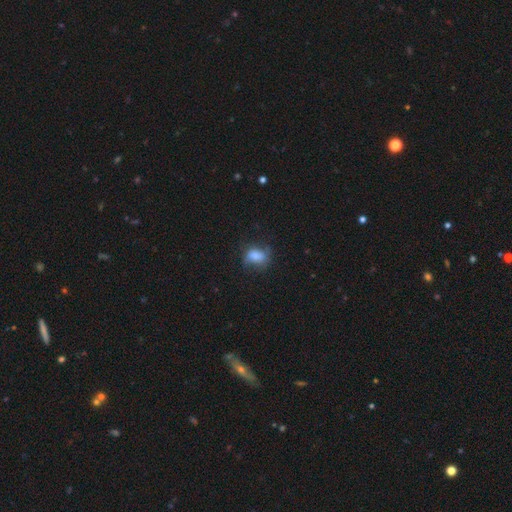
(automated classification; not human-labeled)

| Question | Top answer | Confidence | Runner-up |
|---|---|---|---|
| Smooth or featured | smooth | 71% | featured or disk (19%) |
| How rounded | in between | 76% | round (21%) |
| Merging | none | 57% | minor disturbance (27%) |